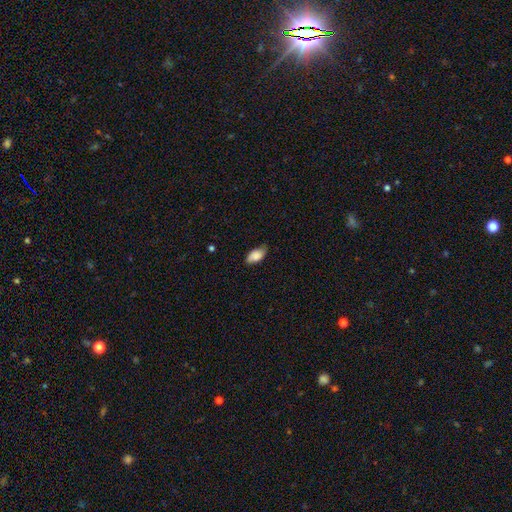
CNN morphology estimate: smooth 82%, featured or disk 11%, star or artifact 7%. Down the decision tree: how rounded — in between (92%); merging — none (72%).